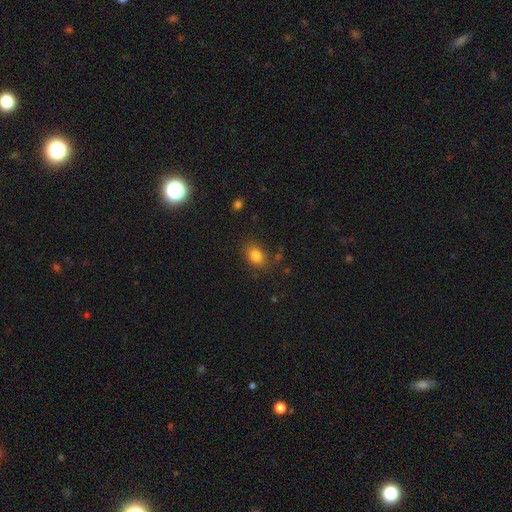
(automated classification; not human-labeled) The model was most divided on "how rounded": in between: 67%, round: 31%, cigar-shaped: 1%. More confident: smooth or featured — smooth (82%); merging — none (79%).